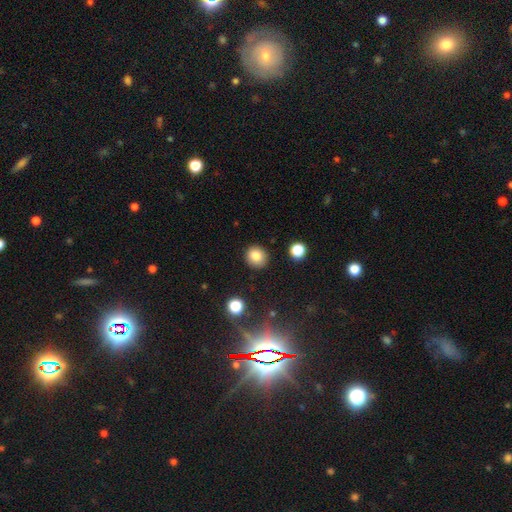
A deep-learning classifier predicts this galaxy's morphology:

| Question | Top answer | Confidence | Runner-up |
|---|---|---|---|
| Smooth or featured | smooth | 83% | star or artifact (11%) |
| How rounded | round | 87% | in between (12%) |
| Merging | none | 89% | minor disturbance (7%) |